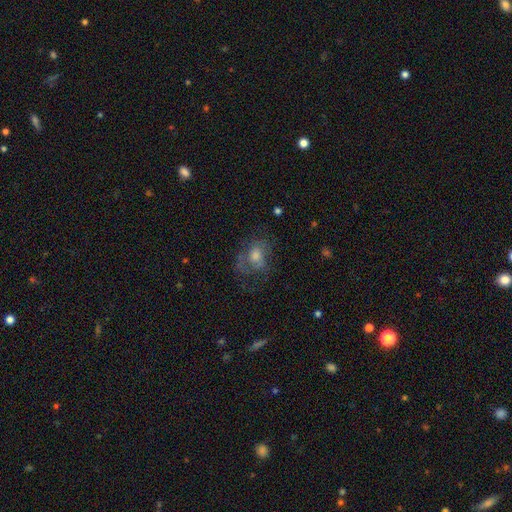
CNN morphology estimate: Q: Smooth or featured?
A: featured or disk (47%); runner-up: smooth (39%)
Q: Merging?
A: none (49%); runner-up: major disturbance (28%)